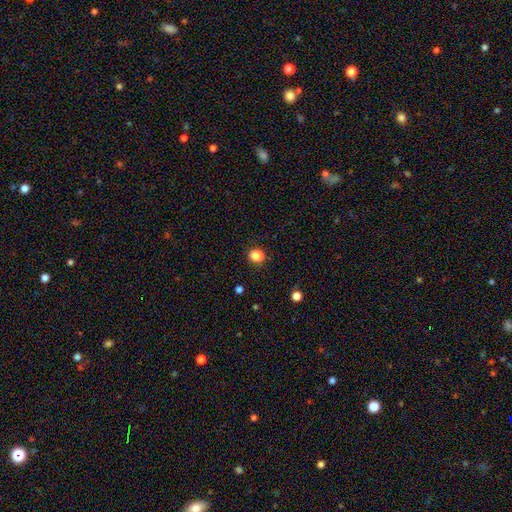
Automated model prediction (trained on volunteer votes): Smooth or featured? smooth (85%)
How rounded? round (72%)
Merging? none (85%)